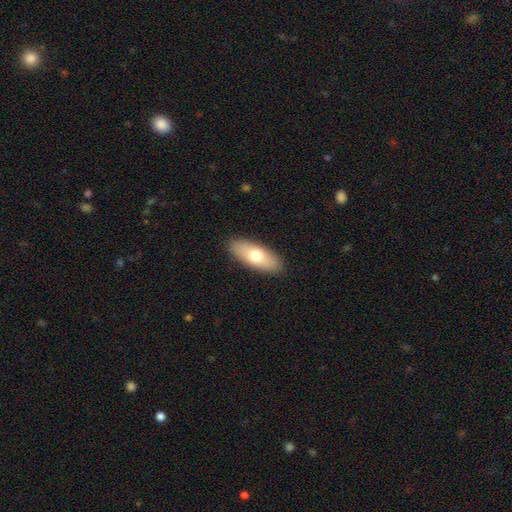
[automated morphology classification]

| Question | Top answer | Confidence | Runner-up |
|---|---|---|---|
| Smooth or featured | smooth | 69% | featured or disk (25%) |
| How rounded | in between | 76% | cigar-shaped (21%) |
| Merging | none | 89% | minor disturbance (8%) |